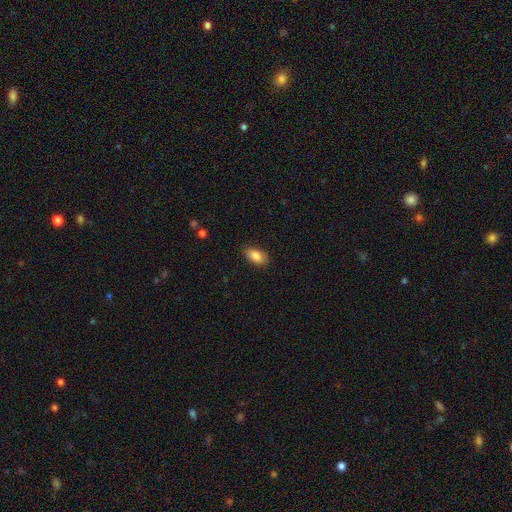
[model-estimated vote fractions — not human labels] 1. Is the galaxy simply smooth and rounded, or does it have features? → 87% smooth, 7% star or artifact, 6% featured or disk.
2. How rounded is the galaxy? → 92% in between, 5% round, 3% cigar-shaped.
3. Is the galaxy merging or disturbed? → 85% none, 11% minor disturbance, 2% major disturbance, 1% merger.